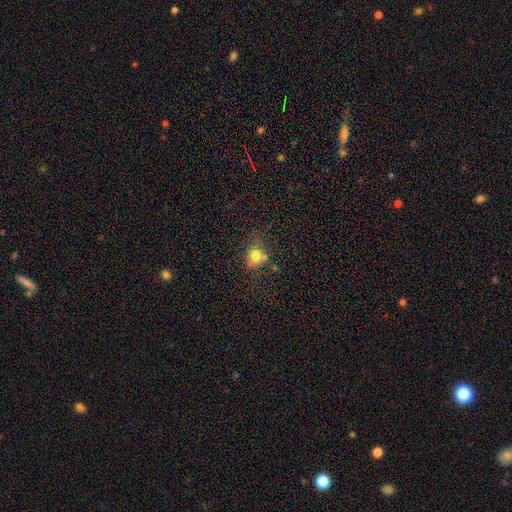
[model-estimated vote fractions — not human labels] Smooth or featured? smooth (74%)
How rounded? round (71%)
Merging? none (52%)